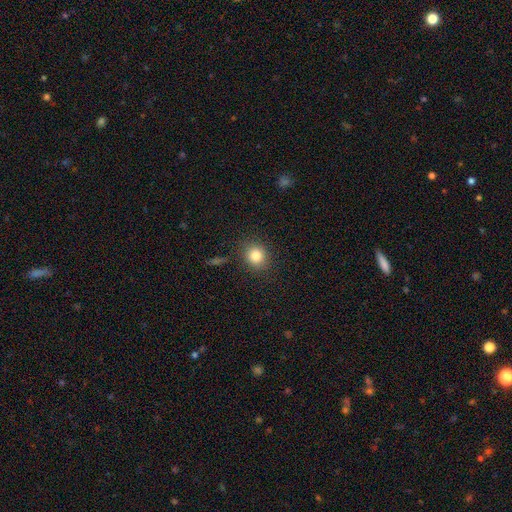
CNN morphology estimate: Smooth or featured? smooth (82%)
How rounded? round (84%)
Merging? none (88%)